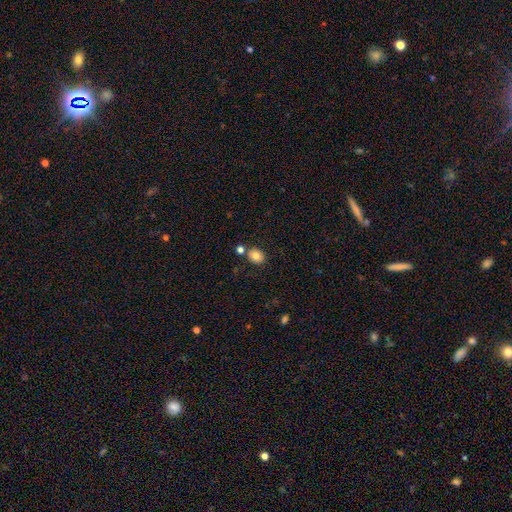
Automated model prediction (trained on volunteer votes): This appears to be a smooth galaxy with no disk features (81%) that is round (51%). Merging: none (73%).